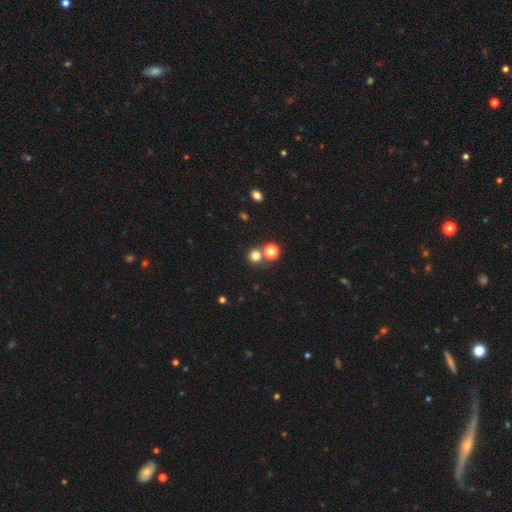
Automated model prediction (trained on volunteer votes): smooth 76%, star or artifact 18%, featured or disk 6%. Down the decision tree: how rounded — round (90%); merging — none (68%).